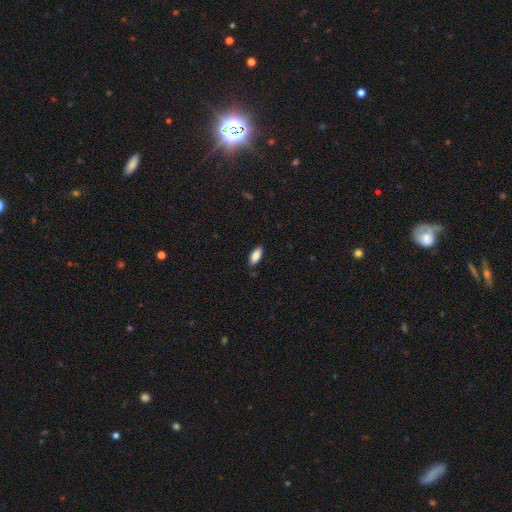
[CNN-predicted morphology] Smooth or featured? smooth (87%)
How rounded? in between (87%)
Merging? none (85%)